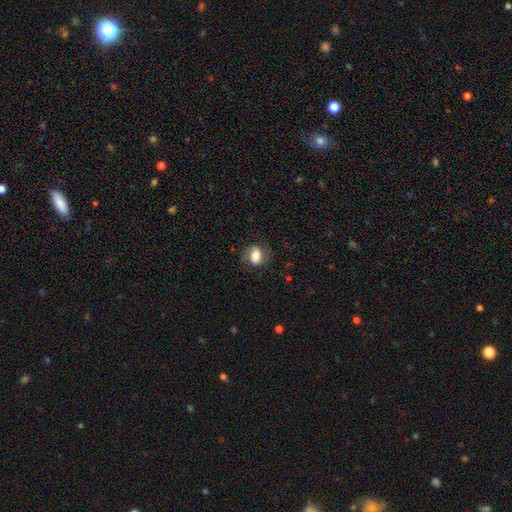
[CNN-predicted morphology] A smooth galaxy with no disk features (73%) that is in between round and cigar-shaped (65%).

Vote fractions:
- Smooth or featured? smooth: 73% / featured or disk: 19% / star or artifact: 8%
- How rounded? in between: 65% / round: 33% / cigar-shaped: 1%
- Merging? none: 74% / minor disturbance: 17% / major disturbance: 7% / merger: 1%